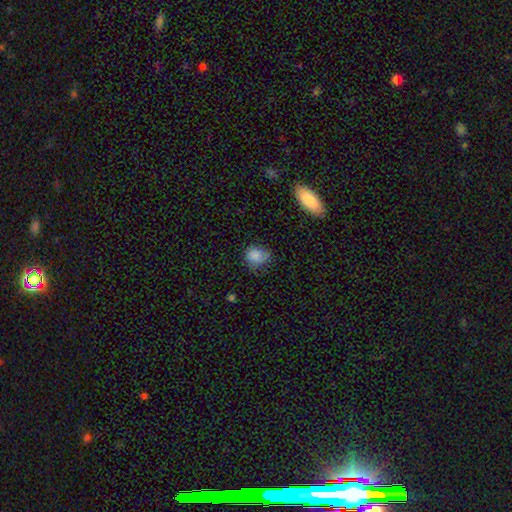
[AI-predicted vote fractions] Smooth or featured? Predicted: smooth (p=0.83). How rounded? Predicted: round (p=0.62). Merging? Predicted: none (p=0.60).